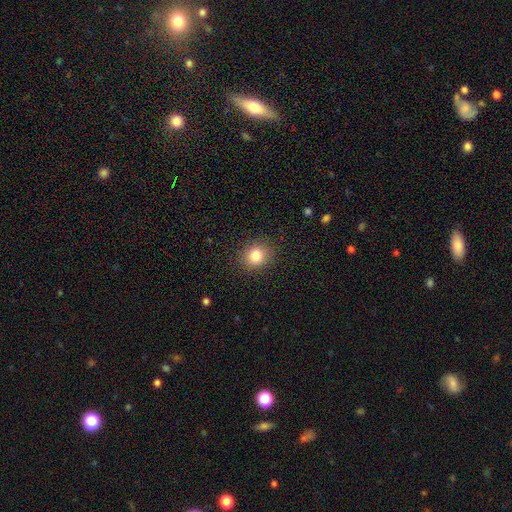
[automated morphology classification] smooth_or_featured: smooth (p=0.83) [alt: star or artifact p=0.11]
how_rounded: round (p=0.75) [alt: in between p=0.24]
merging: none (p=0.88) [alt: minor disturbance p=0.08]